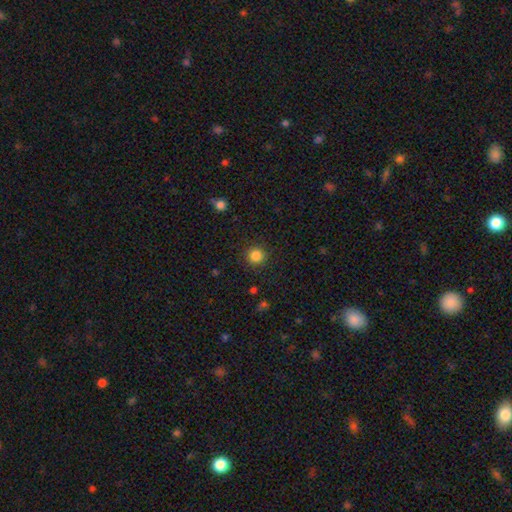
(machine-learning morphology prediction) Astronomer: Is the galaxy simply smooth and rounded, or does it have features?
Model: smooth — 85%.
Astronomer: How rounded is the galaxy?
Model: round — 95%.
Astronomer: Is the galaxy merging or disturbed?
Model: none — 91%.